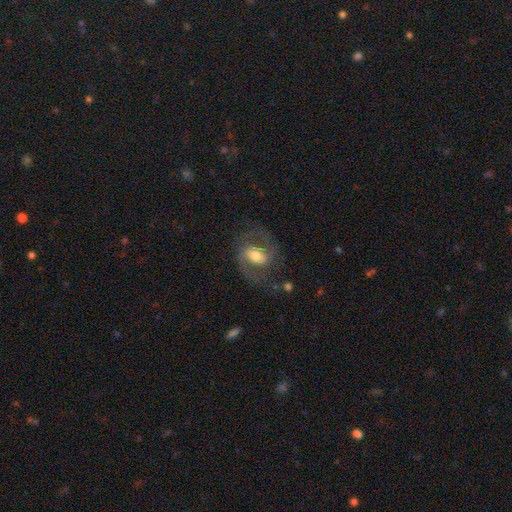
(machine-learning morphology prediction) Smooth or featured? Predicted: featured or disk (p=0.74). Edge-on disk? Predicted: no (p=0.96). Bar? Predicted: weak (p=0.46). Spiral arms? Predicted: yes (p=0.90). Spiral winding? Predicted: medium (p=0.57). Spiral arm count? Predicted: 2 (p=0.89). Bulge size? Predicted: moderate (p=0.61). Merging? Predicted: none (p=0.69).